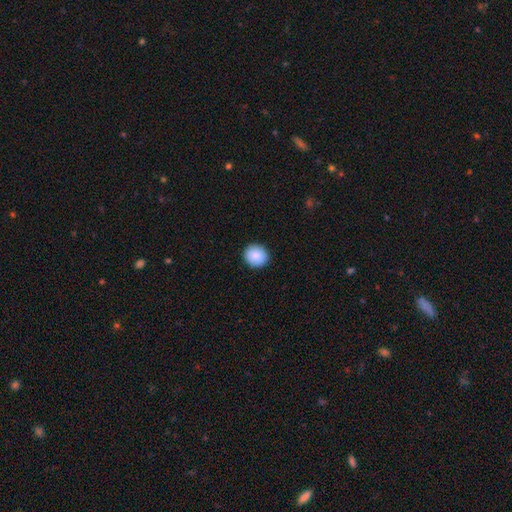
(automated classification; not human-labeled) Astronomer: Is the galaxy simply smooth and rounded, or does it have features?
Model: smooth — 88%.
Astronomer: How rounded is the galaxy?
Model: round — 85%.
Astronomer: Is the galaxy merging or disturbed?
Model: none — 91%.